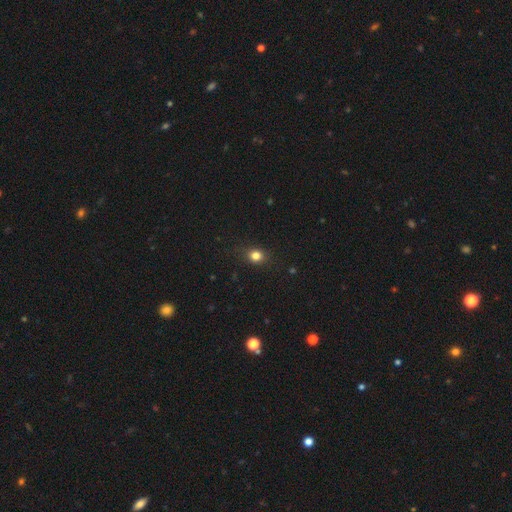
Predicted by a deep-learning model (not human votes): A smooth galaxy with no disk features (81%) that is round (67%).

Vote fractions:
- Smooth or featured? smooth: 81% / star or artifact: 13% / featured or disk: 5%
- How rounded? round: 67% / in between: 31% / cigar-shaped: 1%
- Merging? none: 85% / minor disturbance: 10% / major disturbance: 3% / merger: 1%